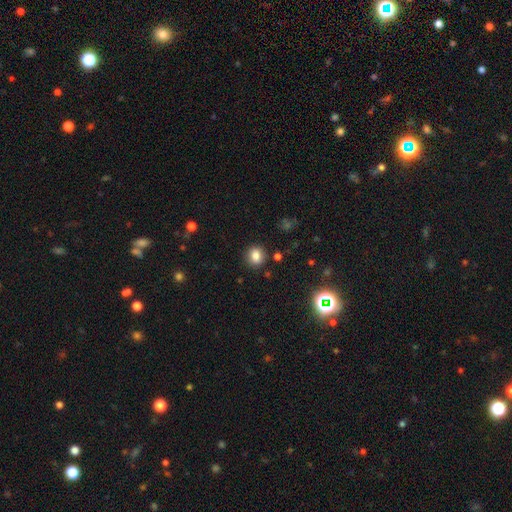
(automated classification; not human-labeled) Smooth or featured? smooth (82%)
How rounded? round (77%)
Merging? none (87%)